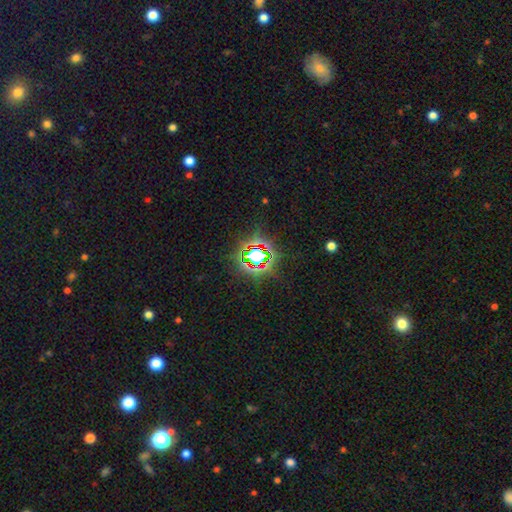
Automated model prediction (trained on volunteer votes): star or artifact 75%, smooth 15%, featured or disk 10%.